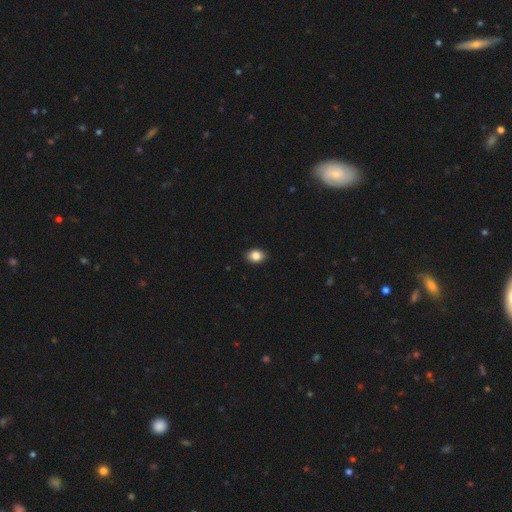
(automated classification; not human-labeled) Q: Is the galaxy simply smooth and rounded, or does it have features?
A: smooth — 86%.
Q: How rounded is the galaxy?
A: in between — 69%.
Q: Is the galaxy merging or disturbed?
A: none — 90%.